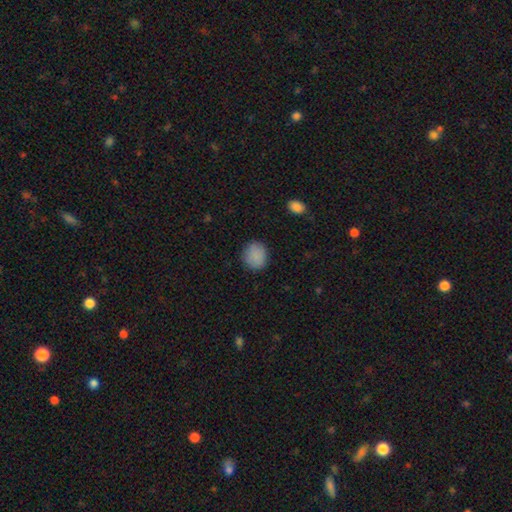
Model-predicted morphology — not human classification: Q: Smooth or featured?
A: smooth (88%); runner-up: star or artifact (9%)
Q: How rounded?
A: round (74%); runner-up: in between (25%)
Q: Merging?
A: none (86%); runner-up: minor disturbance (10%)